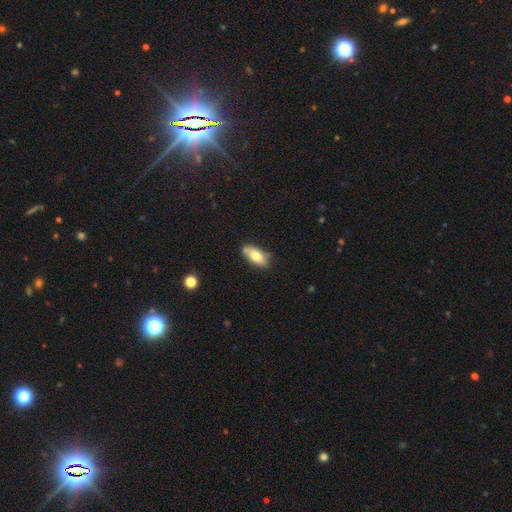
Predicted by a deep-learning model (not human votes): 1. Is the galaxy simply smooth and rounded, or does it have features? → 73% smooth, 20% featured or disk, 7% star or artifact.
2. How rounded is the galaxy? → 85% in between, 12% cigar-shaped, 3% round.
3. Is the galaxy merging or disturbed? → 68% none, 20% minor disturbance, 8% merger, 4% major disturbance.